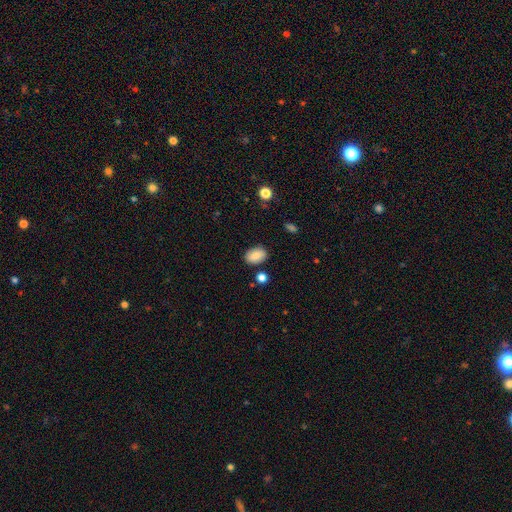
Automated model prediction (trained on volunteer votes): smooth-or-featured: smooth: 84% | star or artifact: 8% | featured or disk: 8%
  how-rounded: in between: 86% | round: 13% | cigar-shaped: 1%
  merging: none: 83% | minor disturbance: 11% | merger: 3% | major disturbance: 3%